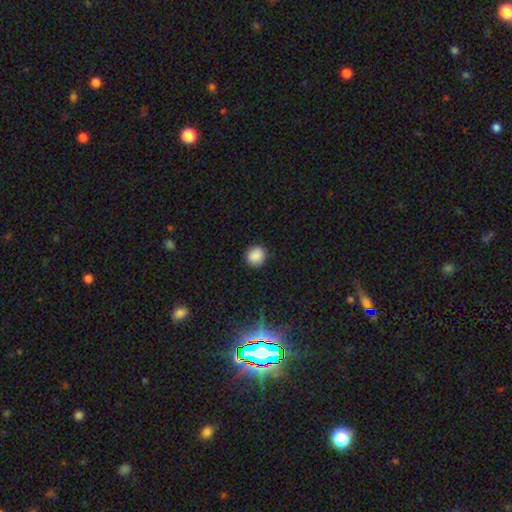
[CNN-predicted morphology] This is clearly a smooth galaxy (86%). How rounded: clearly round (87%). Merging: clearly none (89%).